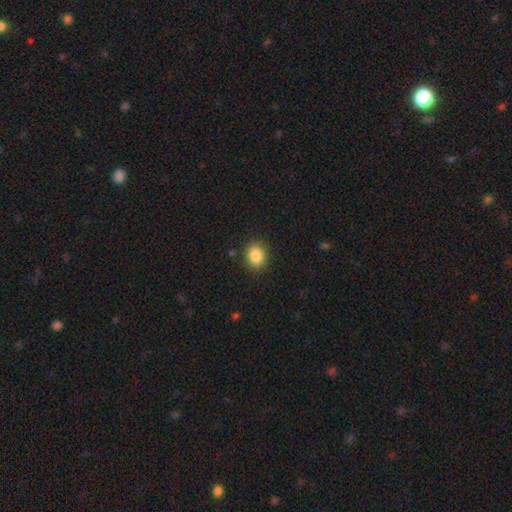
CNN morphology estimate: Smooth or featured?
  - smooth: 86% *
  - star or artifact: 9%
  - featured or disk: 5%
How rounded?
  - round: 68% *
  - in between: 31%
  - cigar-shaped: 1%
Merging?
  - none: 87% *
  - minor disturbance: 9%
  - major disturbance: 2%
  - merger: 1%